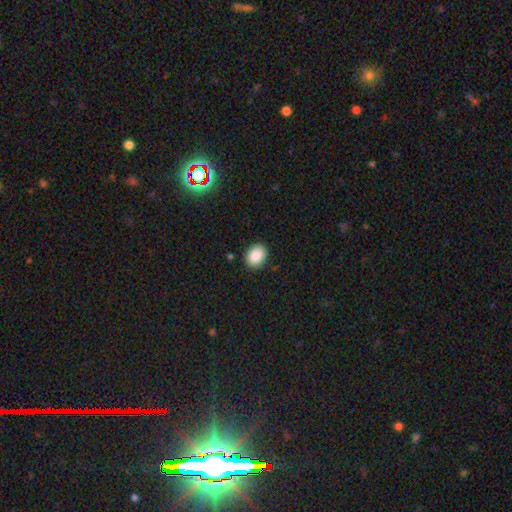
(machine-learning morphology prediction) smooth-or-featured: smooth: 88% | star or artifact: 8% | featured or disk: 4%
  how-rounded: in between: 60% | round: 39% | cigar-shaped: 1%
  merging: none: 87% | minor disturbance: 10% | major disturbance: 2% | merger: 1%